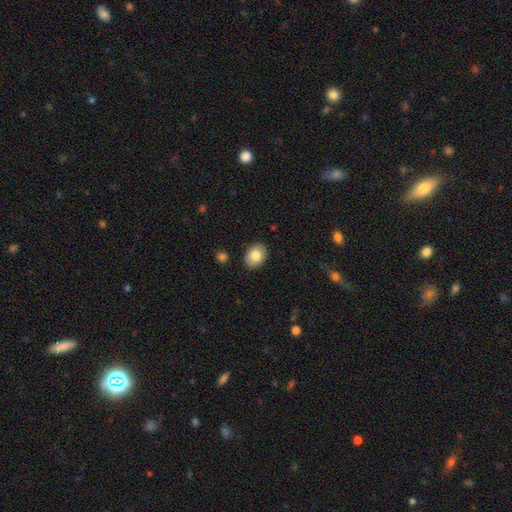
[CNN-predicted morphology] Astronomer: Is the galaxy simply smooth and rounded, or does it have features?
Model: smooth — 83%.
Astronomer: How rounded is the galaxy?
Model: in between — 71%.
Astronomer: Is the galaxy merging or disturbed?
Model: none — 88%.